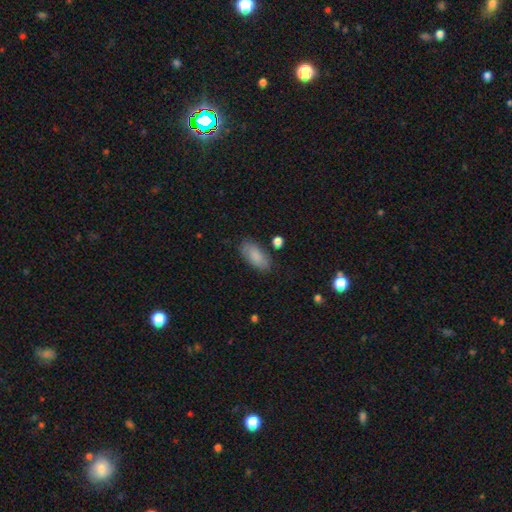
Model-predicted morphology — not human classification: A smooth galaxy with no disk features (83%) that is in between round and cigar-shaped (91%).

Vote fractions:
- Smooth or featured? smooth: 83% / featured or disk: 10% / star or artifact: 6%
- How rounded? in between: 91% / cigar-shaped: 6% / round: 2%
- Merging? none: 78% / minor disturbance: 15% / major disturbance: 4% / merger: 3%